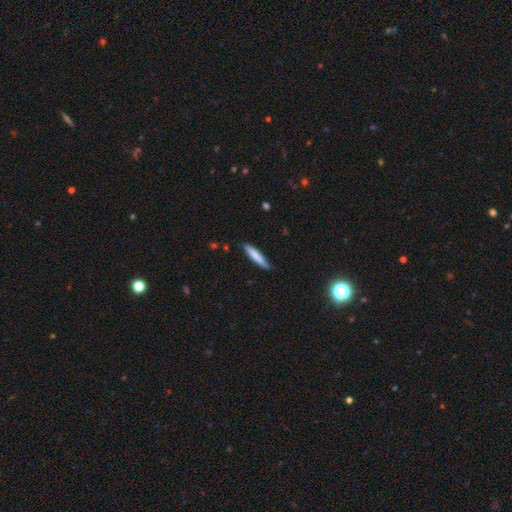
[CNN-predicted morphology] The model was most divided on "smooth or featured": smooth: 77%, featured or disk: 17%, star or artifact: 6%. More confident: how rounded — cigar-shaped (91%); merging — none (82%).